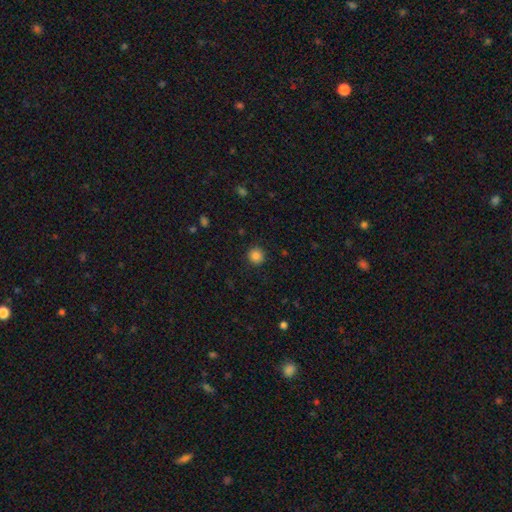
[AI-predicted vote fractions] Smooth or featured: smooth — 85% (star or artifact — 11%)
How rounded: round — 92% (in between — 7%)
Merging: none — 91% (minor disturbance — 6%)